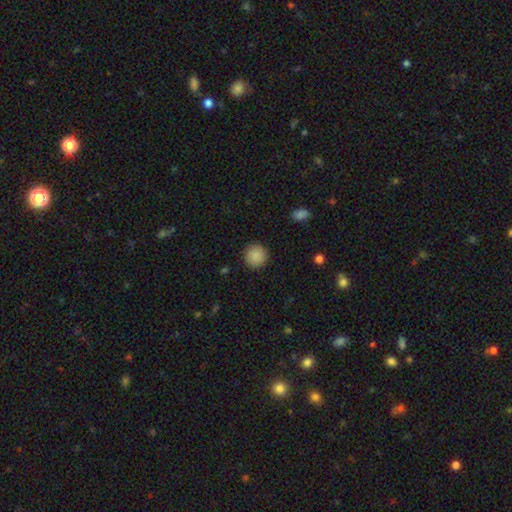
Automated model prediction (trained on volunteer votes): Q: Smooth or featured?
A: smooth (89%); runner-up: star or artifact (8%)
Q: How rounded?
A: round (94%); runner-up: in between (5%)
Q: Merging?
A: none (91%); runner-up: minor disturbance (6%)